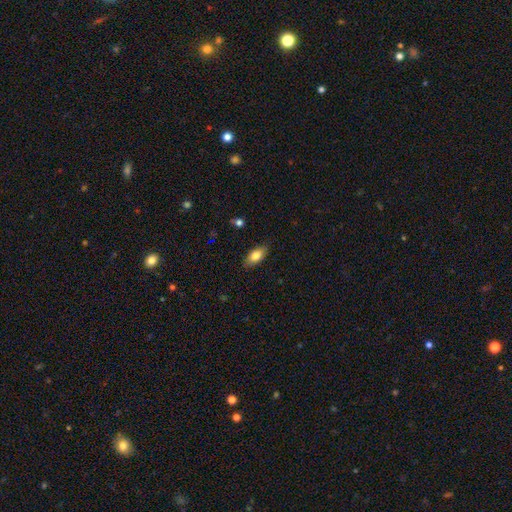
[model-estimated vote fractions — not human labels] smooth_or_featured: smooth (p=0.80) [alt: featured or disk p=0.12]
how_rounded: in between (p=0.88) [alt: cigar-shaped p=0.08]
merging: none (p=0.85) [alt: minor disturbance p=0.12]